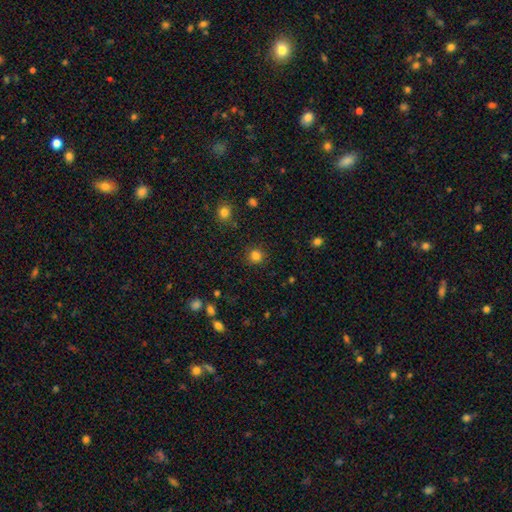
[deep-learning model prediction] This is clearly a smooth galaxy (83%). How rounded: clearly round (92%). Merging: clearly none (89%).